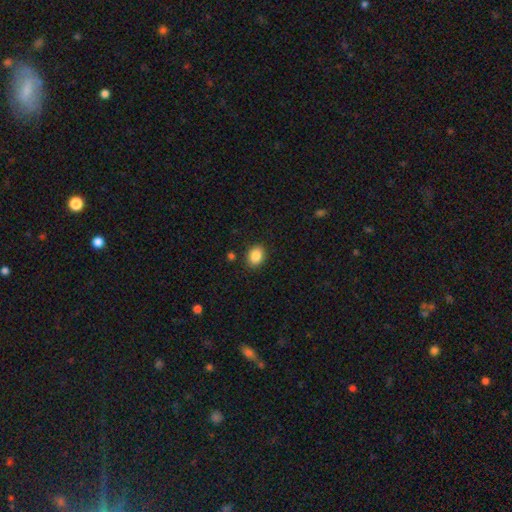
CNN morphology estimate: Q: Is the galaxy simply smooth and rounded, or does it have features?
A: smooth — 86%.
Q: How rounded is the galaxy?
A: in between — 59%.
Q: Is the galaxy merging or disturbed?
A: none — 88%.